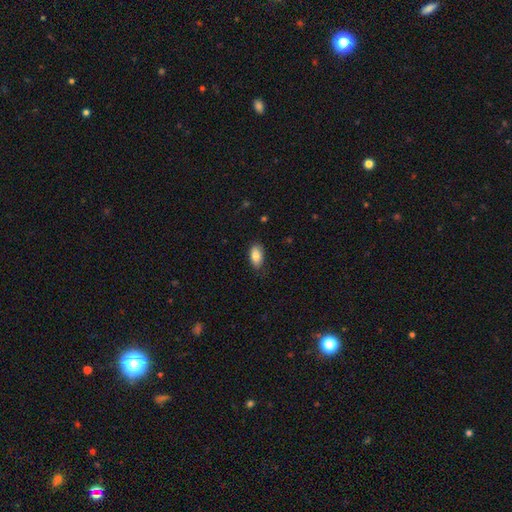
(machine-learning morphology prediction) type=smooth (81%); roundness=in between (93%); merging=none (80%).